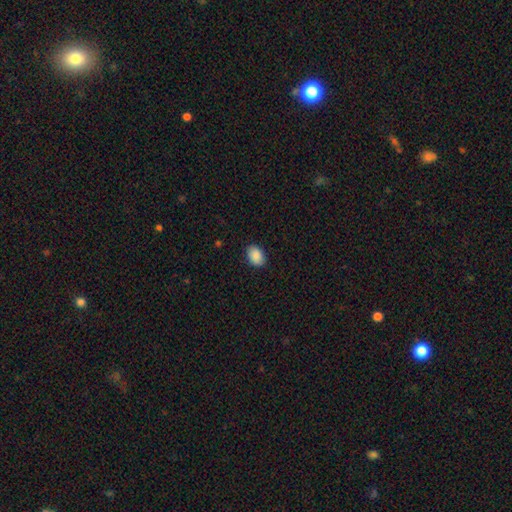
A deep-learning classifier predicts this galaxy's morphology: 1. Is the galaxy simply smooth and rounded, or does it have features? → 89% smooth, 7% star or artifact, 4% featured or disk.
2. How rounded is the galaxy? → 80% in between, 19% round, 1% cigar-shaped.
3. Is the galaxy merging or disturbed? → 87% none, 10% minor disturbance, 2% major disturbance, 1% merger.